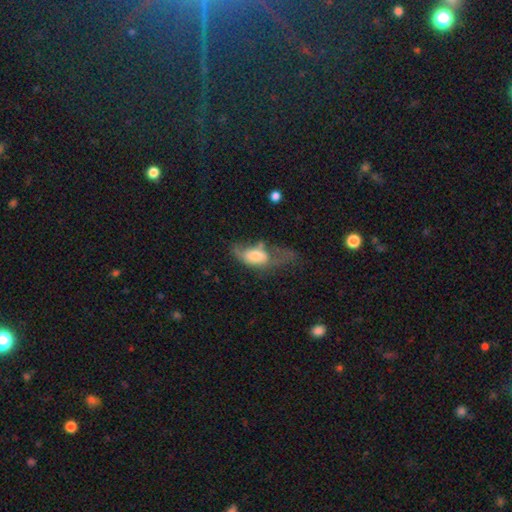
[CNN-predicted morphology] smooth-or-featured: smooth: 59% | featured or disk: 32% | star or artifact: 8%
  how-rounded: in between: 87% | cigar-shaped: 7% | round: 5%
  merging: major disturbance: 52% | minor disturbance: 20% | none: 18% | merger: 9%